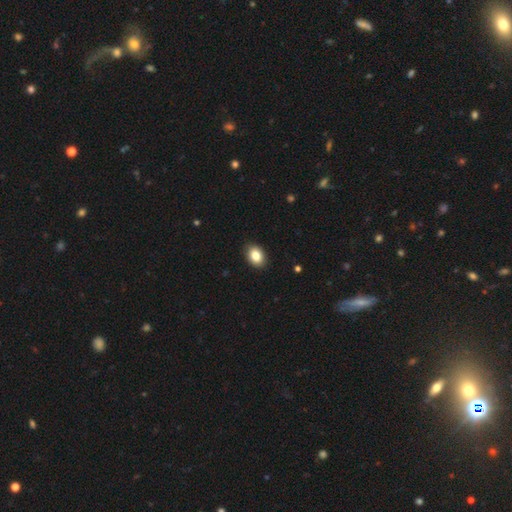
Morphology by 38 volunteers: This appears to be a smooth galaxy with no disk features (76%) that is in between round and cigar-shaped (97%). Merging: none (86%).